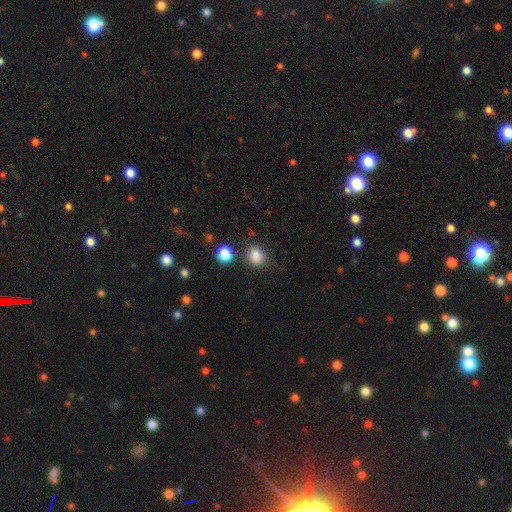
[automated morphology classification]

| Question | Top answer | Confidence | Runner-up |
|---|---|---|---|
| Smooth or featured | smooth | 86% | star or artifact (11%) |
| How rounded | round | 68% | in between (31%) |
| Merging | none | 80% | minor disturbance (11%) |